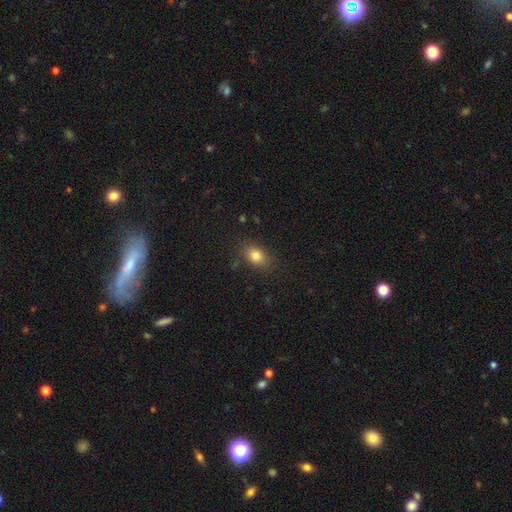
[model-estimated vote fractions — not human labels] smooth-or-featured: smooth: 81% | star or artifact: 11% | featured or disk: 8%
  how-rounded: in between: 73% | round: 26% | cigar-shaped: 2%
  merging: none: 84% | minor disturbance: 12% | major disturbance: 3% | merger: 1%